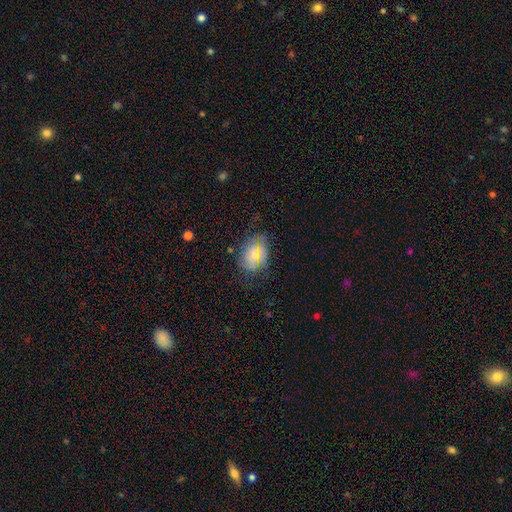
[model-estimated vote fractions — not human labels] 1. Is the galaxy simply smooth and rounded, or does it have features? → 63% smooth, 20% star or artifact, 17% featured or disk.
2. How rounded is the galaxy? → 76% in between, 22% round, 3% cigar-shaped.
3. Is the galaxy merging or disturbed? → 73% none, 20% minor disturbance, 6% major disturbance, 2% merger.